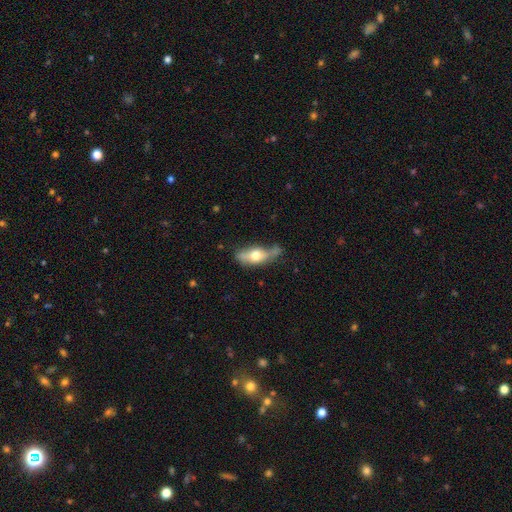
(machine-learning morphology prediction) smooth-or-featured: smooth: 52% | featured or disk: 42% | star or artifact: 7%
  how-rounded: in between: 68% | cigar-shaped: 27% | round: 5%
  merging: none: 47% | minor disturbance: 32% | major disturbance: 14% | merger: 8%